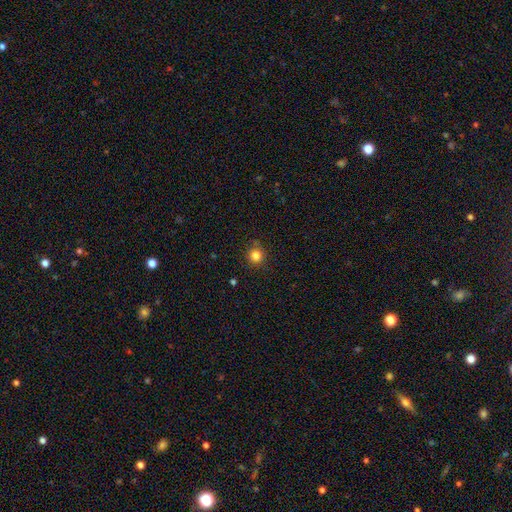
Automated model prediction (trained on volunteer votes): The model was most divided on "smooth or featured": smooth: 82%, star or artifact: 13%, featured or disk: 5%. More confident: how rounded — round (92%); merging — none (85%).